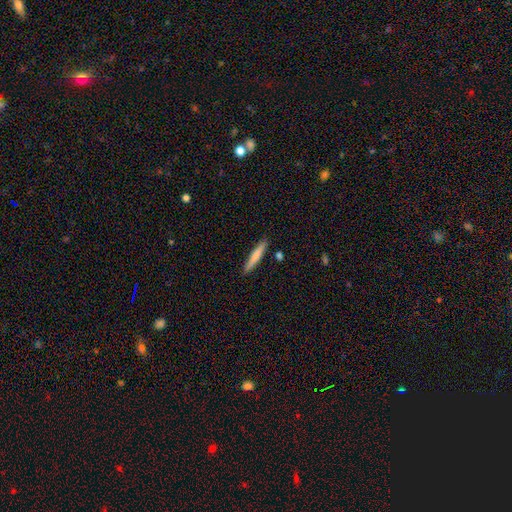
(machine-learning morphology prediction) The model was most divided on "smooth or featured": smooth: 71%, featured or disk: 23%, star or artifact: 5%. More confident: how rounded — cigar-shaped (93%); merging — none (88%).